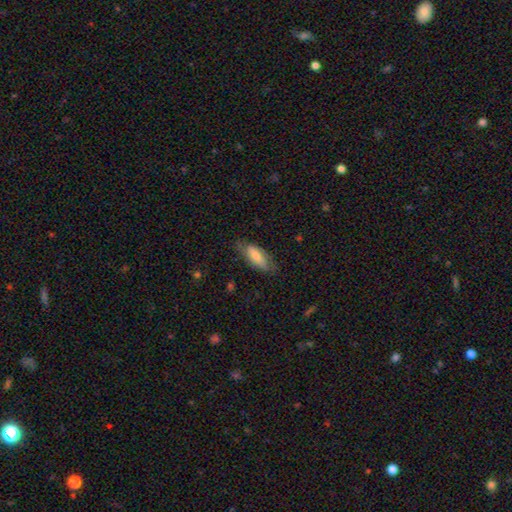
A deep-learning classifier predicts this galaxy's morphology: smooth 61%, featured or disk 32%, star or artifact 6%. Down the decision tree: how rounded — in between (78%); merging — none (72%).